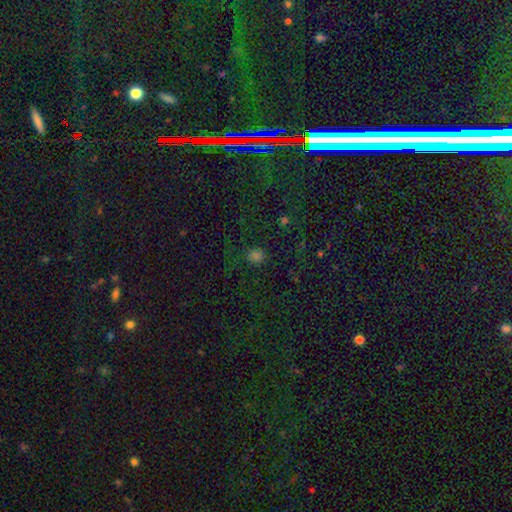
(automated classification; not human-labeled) smooth 70%, star or artifact 25%, featured or disk 5%. Down the decision tree: how rounded — round (82%); merging — none (82%).